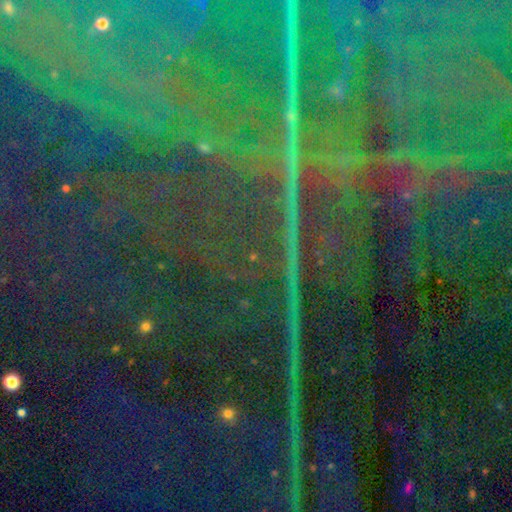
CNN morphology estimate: Q: Smooth or featured?
A: star or artifact (88%); runner-up: featured or disk (6%)